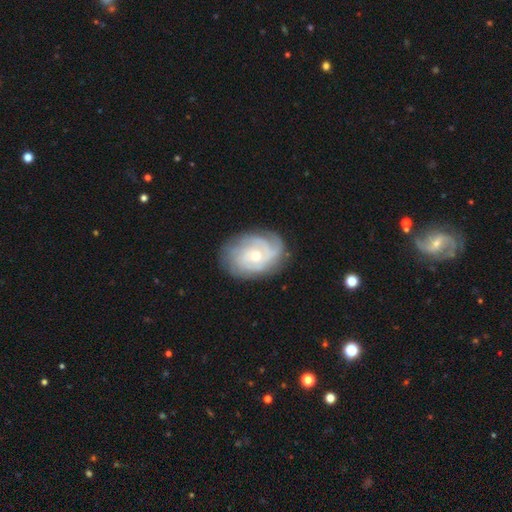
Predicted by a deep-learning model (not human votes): Smooth or featured: featured or disk — 80% (smooth — 14%)
Edge-on disk: no — 97% (yes — 3%)
Bar: no — 77% (weak — 20%)
Spiral arms: yes — 94% (no — 6%)
Spiral winding: tight — 67% (medium — 25%)
Spiral arm count: can't tell — 38% (3 — 19%)
Bulge size: small — 50% (moderate — 46%)
Merging: none — 76% (minor disturbance — 17%)